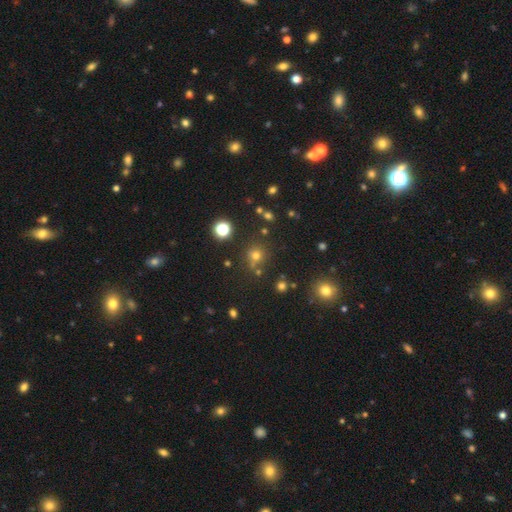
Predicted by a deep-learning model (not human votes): Q: Smooth or featured?
A: smooth (63%); runner-up: star or artifact (29%)
Q: How rounded?
A: round (88%); runner-up: in between (11%)
Q: Merging?
A: none (71%); runner-up: merger (13%)